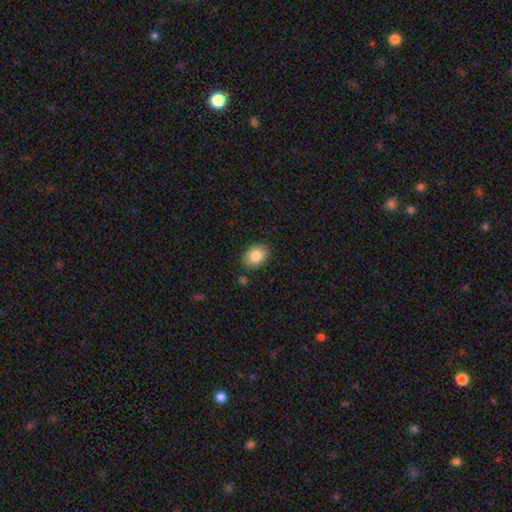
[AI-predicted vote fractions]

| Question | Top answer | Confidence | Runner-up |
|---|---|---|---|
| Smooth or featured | smooth | 84% | featured or disk (8%) |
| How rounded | in between | 71% | round (28%) |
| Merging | none | 86% | minor disturbance (10%) |